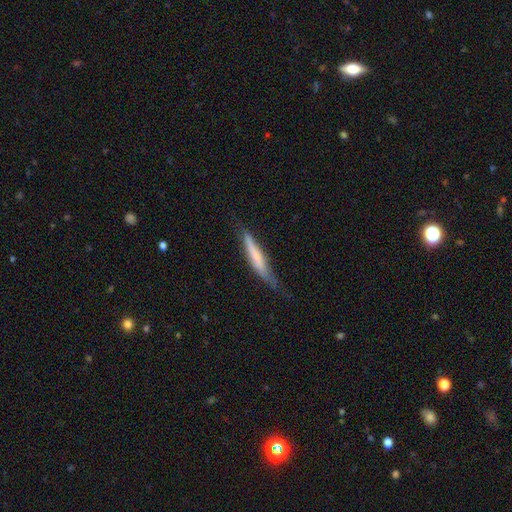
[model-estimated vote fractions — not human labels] Smooth or featured: smooth — 57% (featured or disk — 37%)
How rounded: cigar-shaped — 92% (in between — 7%)
Merging: none — 58% (minor disturbance — 31%)